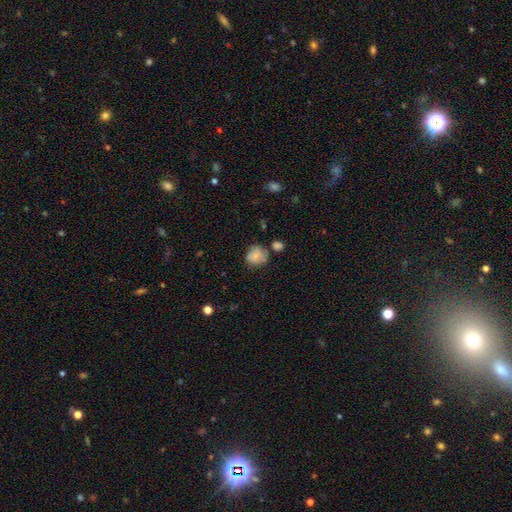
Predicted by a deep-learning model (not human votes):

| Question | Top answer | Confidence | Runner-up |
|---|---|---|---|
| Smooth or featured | smooth | 68% | featured or disk (23%) |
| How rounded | round | 74% | in between (25%) |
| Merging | none | 57% | minor disturbance (25%) |